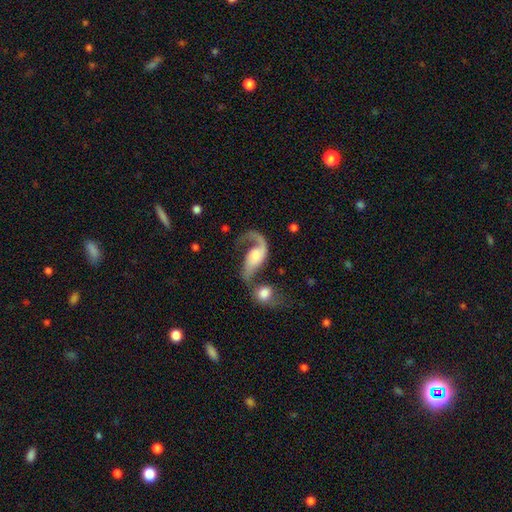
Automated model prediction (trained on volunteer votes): This is likely a featured or disk galaxy (79%). It is clearly not viewed edge-on (96%). Bar: likely no (60%). Spiral arm pattern: clearly yes (93%). Spiral arm count: possibly 2 (50%). Spiral winding: likely loose (75%). Central bulge: marginally moderate (36%). Merging: marginally merger (36%).